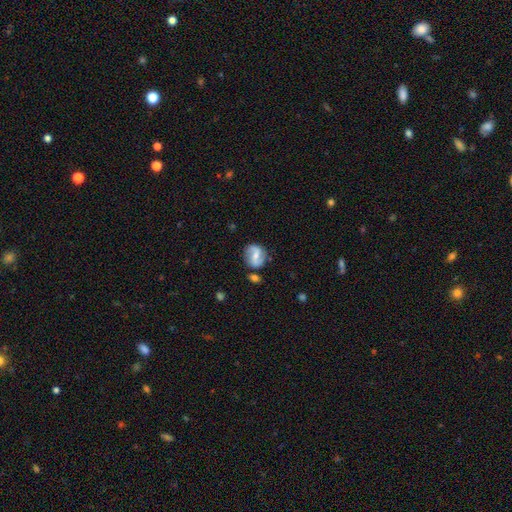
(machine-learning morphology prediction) Q: Smooth or featured?
A: featured or disk (72%); runner-up: smooth (22%)
Q: Edge-on disk?
A: no (97%); runner-up: yes (3%)
Q: Bar?
A: weak (45%); runner-up: strong (31%)
Q: Spiral arms?
A: yes (91%); runner-up: no (9%)
Q: Spiral winding?
A: medium (42%); runner-up: loose (40%)
Q: Spiral arm count?
A: 2 (89%); runner-up: can't tell (5%)
Q: Bulge size?
A: small (47%); runner-up: moderate (41%)
Q: Merging?
A: none (75%); runner-up: minor disturbance (15%)